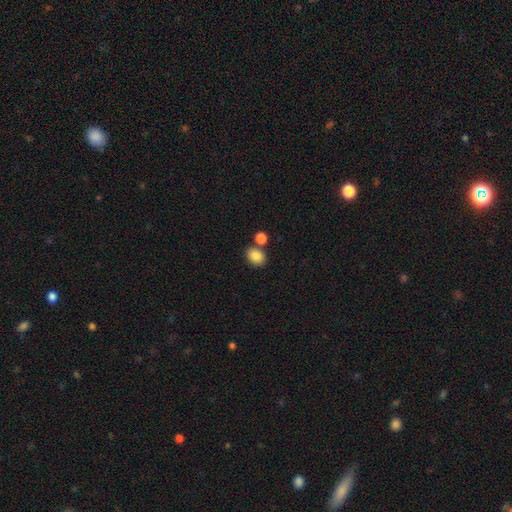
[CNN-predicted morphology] A smooth galaxy with no disk features (85%) that is in between round and cigar-shaped (58%). Merging: none (69%).